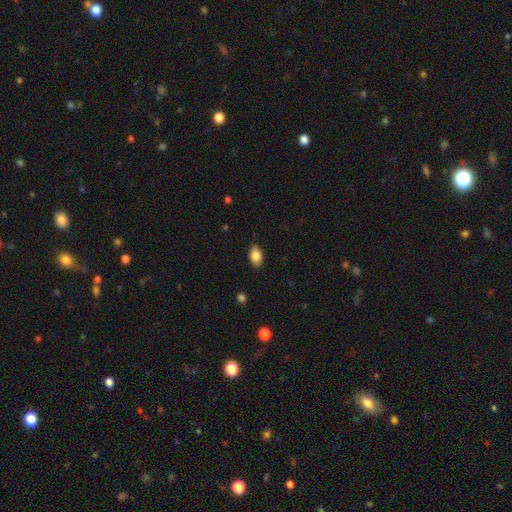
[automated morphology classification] Smooth or featured: smooth — 85% (star or artifact — 7%)
How rounded: in between — 91% (round — 7%)
Merging: none — 87% (minor disturbance — 10%)